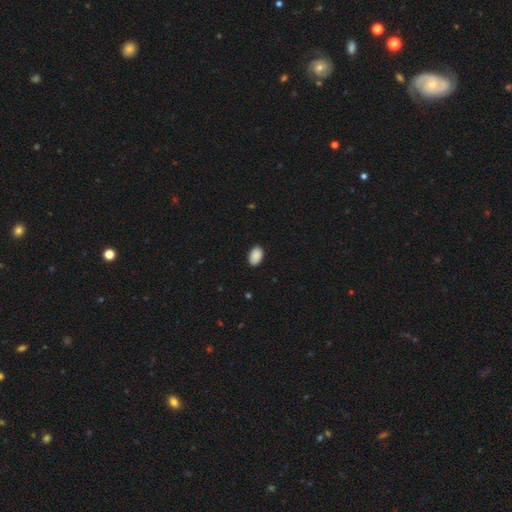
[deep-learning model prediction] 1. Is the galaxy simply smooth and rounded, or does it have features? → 90% smooth, 7% star or artifact, 3% featured or disk.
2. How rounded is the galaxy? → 92% in between, 7% round, 1% cigar-shaped.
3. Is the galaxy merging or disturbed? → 88% none, 9% minor disturbance, 2% major disturbance, 1% merger.